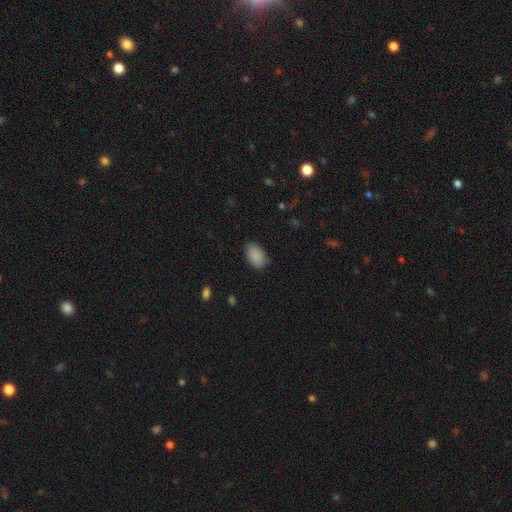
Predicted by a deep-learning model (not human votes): Overall: smooth (89%). How rounded: in between (90%). Merging: none (82%).